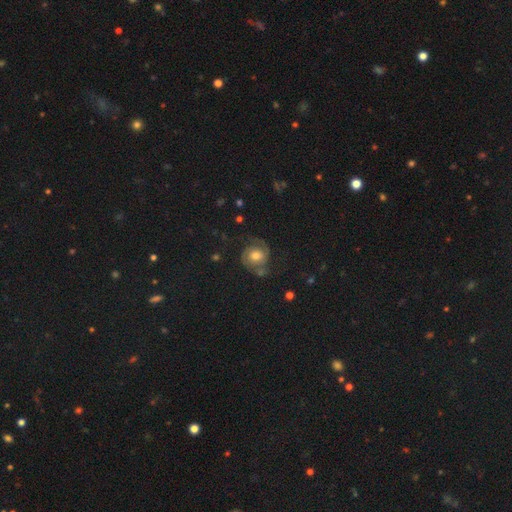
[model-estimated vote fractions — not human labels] A featured or disk galaxy (66%) with no bar (73%), 2 (85%) medium (46%) spiral arms (91%) and a moderate central bulge (61%).

Vote fractions:
- Smooth or featured? featured or disk: 66% / smooth: 24% / star or artifact: 9%
- Edge-on disk? no: 98% / yes: 2%
- Bar? no: 73% / weak: 22% / strong: 4%
- Spiral arms? yes: 91% / no: 9%
- Spiral winding? medium: 46% / tight: 35% / loose: 20%
- Spiral arm count? 2: 85% / can't tell: 6% / 1: 5% / 3: 2% / 4: 1% / more than 4: 1%
- Bulge size? moderate: 61% / large: 22% / small: 12% / none: 2% / dominant: 2%
- Merging? none: 63% / minor disturbance: 19% / major disturbance: 13% / merger: 5%